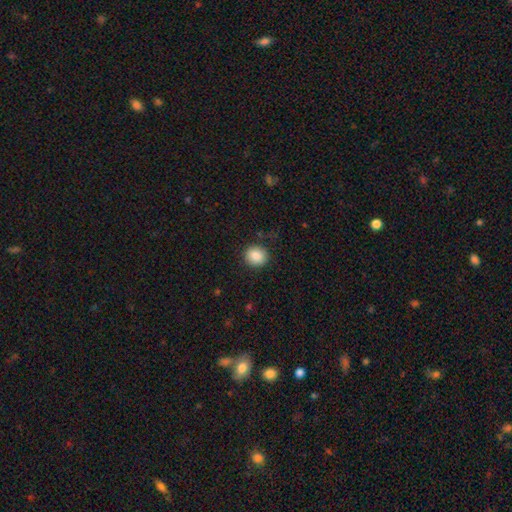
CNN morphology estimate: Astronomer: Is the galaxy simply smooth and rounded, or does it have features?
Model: smooth — 87%.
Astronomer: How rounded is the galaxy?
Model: round — 82%.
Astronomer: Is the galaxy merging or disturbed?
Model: none — 87%.